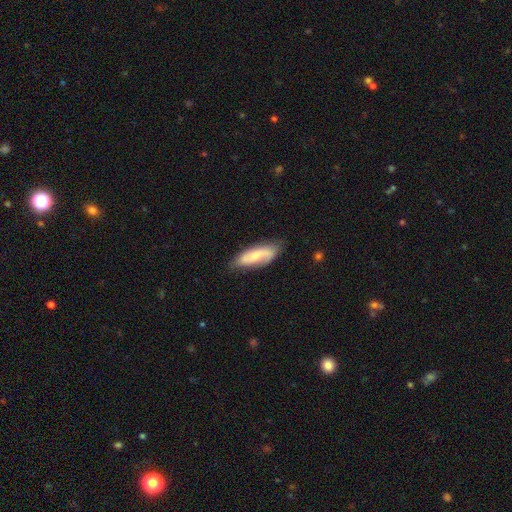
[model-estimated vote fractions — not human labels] Overall: featured or disk (51%; smooth 43%). Edge-on disk: no (85%). Merging: none (70%).